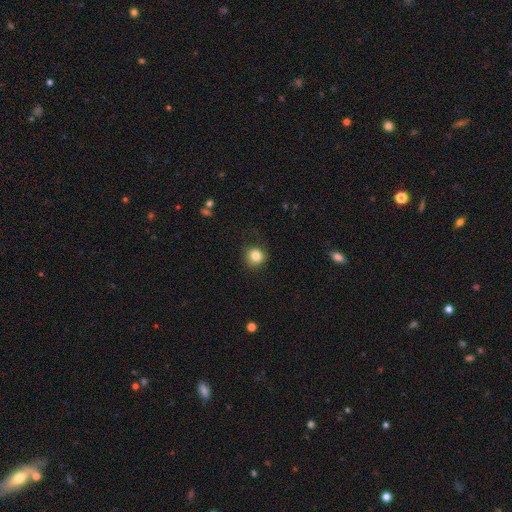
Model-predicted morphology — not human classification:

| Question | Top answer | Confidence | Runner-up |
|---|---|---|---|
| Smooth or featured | smooth | 83% | star or artifact (10%) |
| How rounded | round | 87% | in between (12%) |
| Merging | none | 80% | minor disturbance (14%) |